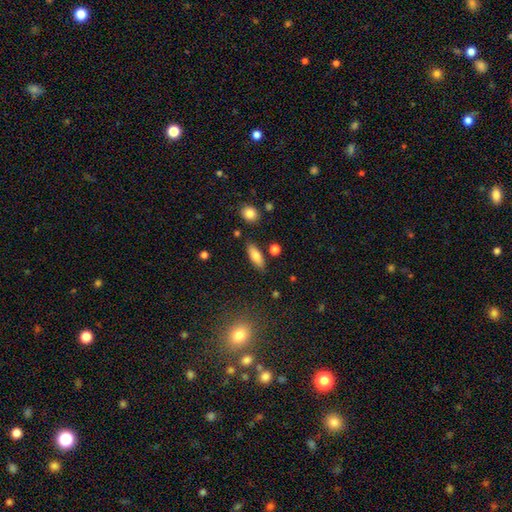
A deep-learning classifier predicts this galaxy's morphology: Overall: smooth (74%). How rounded: in between (63%; cigar-shaped 34%). Merging: none (81%).